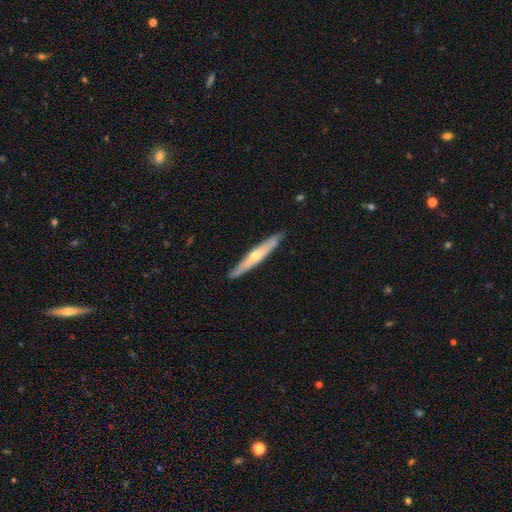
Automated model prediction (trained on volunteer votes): Q: Smooth or featured?
A: featured or disk (62%); runner-up: smooth (32%)
Q: Edge-on disk?
A: yes (91%); runner-up: no (9%)
Q: Edge-on bulge?
A: rounded (80%); runner-up: none (18%)
Q: Merging?
A: none (90%); runner-up: minor disturbance (8%)